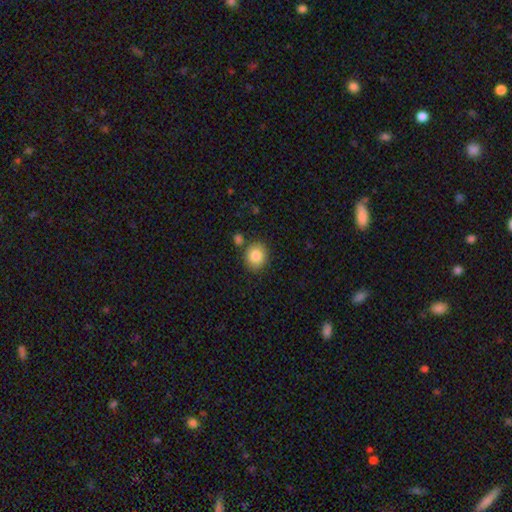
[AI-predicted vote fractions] Smooth or featured?
  - smooth: 85% *
  - star or artifact: 8%
  - featured or disk: 7%
How rounded?
  - round: 77% *
  - in between: 23%
  - cigar-shaped: 1%
Merging?
  - none: 80% *
  - minor disturbance: 10%
  - merger: 7%
  - major disturbance: 3%